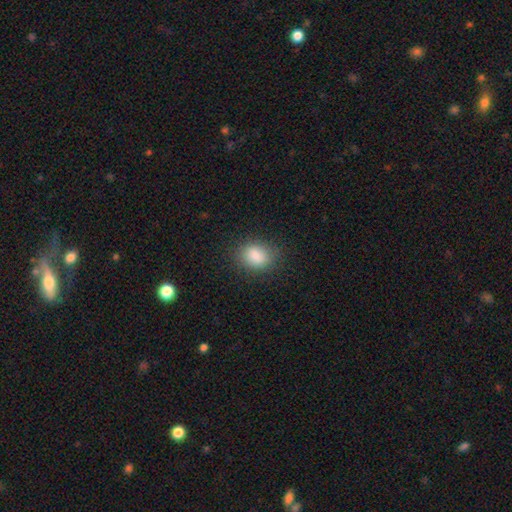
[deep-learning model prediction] Morphology: type=smooth (85%); roundness=in between (60%); merging=none (81%).